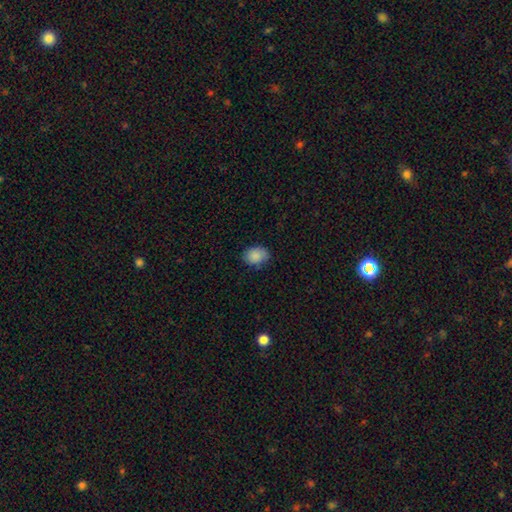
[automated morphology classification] smooth_or_featured: smooth (p=0.87) [alt: star or artifact p=0.08]
how_rounded: in between (p=0.65) [alt: round p=0.34]
merging: none (p=0.75) [alt: minor disturbance p=0.20]